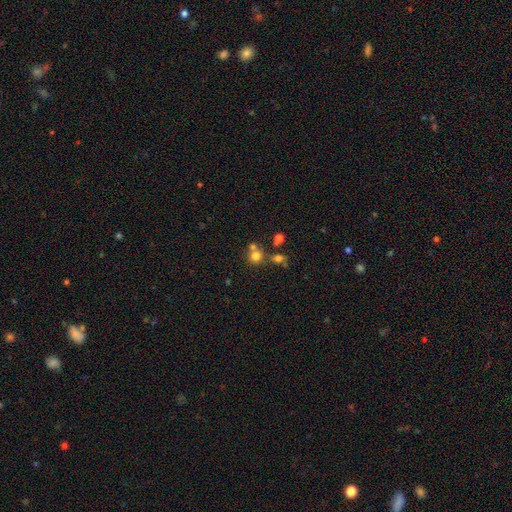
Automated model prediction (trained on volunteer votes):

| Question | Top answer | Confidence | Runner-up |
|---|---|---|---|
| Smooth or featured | smooth | 73% | star or artifact (17%) |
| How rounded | round | 86% | in between (13%) |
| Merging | none | 55% | merger (33%) |